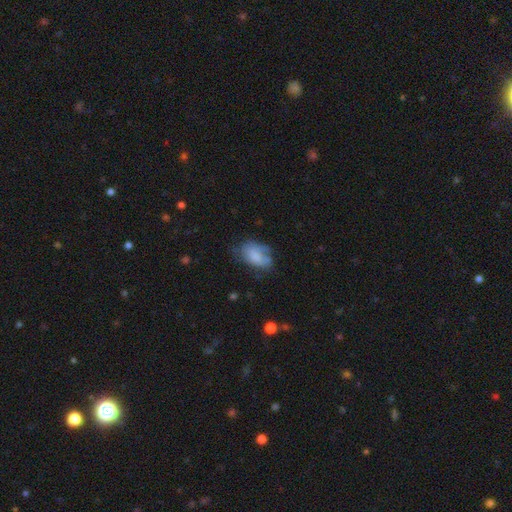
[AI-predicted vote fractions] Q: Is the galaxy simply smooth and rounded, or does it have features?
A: smooth — 72%.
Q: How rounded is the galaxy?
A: in between — 90%.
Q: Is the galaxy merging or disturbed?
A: none — 43%.